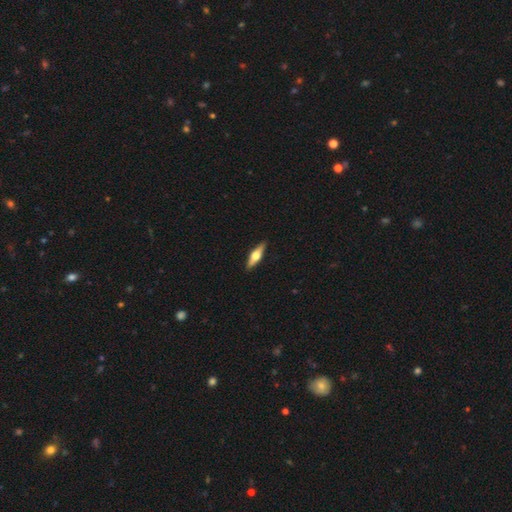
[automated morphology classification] Smooth or featured?
  - featured or disk: 64% *
  - smooth: 31%
  - star or artifact: 5%
Edge-on disk?
  - yes: 95% *
  - no: 5%
Edge-on bulge?
  - rounded: 95% *
  - boxy: 4%
  - none: 1%
Merging?
  - none: 91% *
  - minor disturbance: 7%
  - major disturbance: 1%
  - merger: 1%